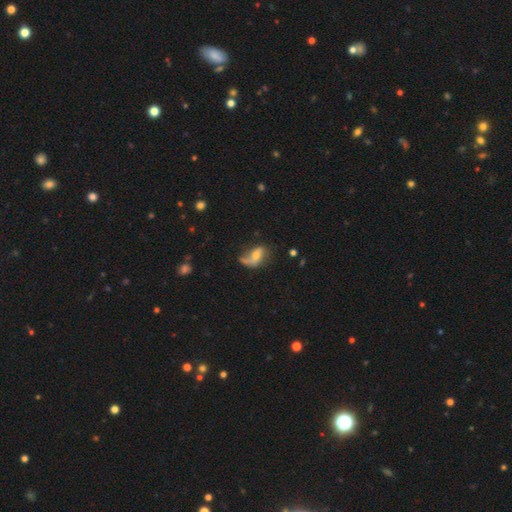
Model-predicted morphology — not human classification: A featured or disk galaxy (51%).

Vote fractions:
- Smooth or featured? featured or disk: 51% / smooth: 39% / star or artifact: 9%
- Edge-on disk? no: 93% / yes: 7%
- Merging? none: 36% / minor disturbance: 28% / major disturbance: 28% / merger: 8%